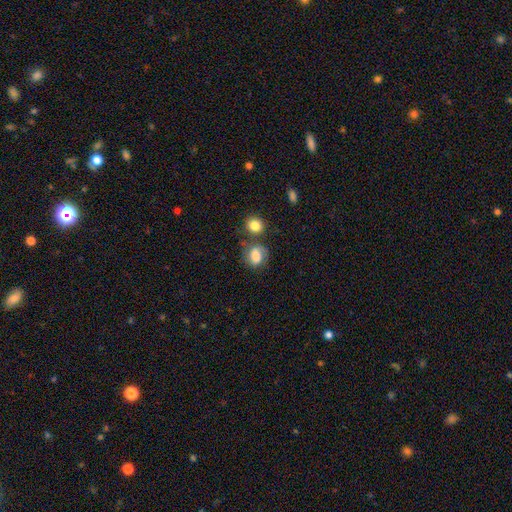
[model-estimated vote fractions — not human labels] smooth-or-featured: smooth: 69% | featured or disk: 22% | star or artifact: 9%
  how-rounded: round: 50% | in between: 48% | cigar-shaped: 1%
  merging: none: 54% | minor disturbance: 20% | merger: 16% | major disturbance: 9%